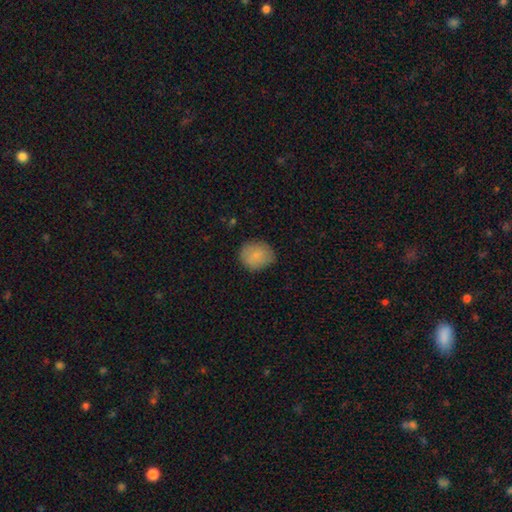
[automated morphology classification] The model was most divided on "merging": none: 75%, minor disturbance: 20%, major disturbance: 4%, merger: 1%. More confident: smooth or featured — smooth (84%); how rounded — round (78%).